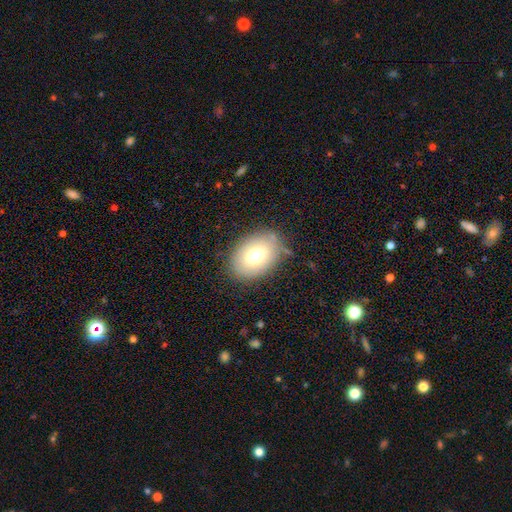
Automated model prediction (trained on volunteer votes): This appears to be a smooth galaxy with no disk features (73%) that is in between round and cigar-shaped (84%). Merging: none (80%).